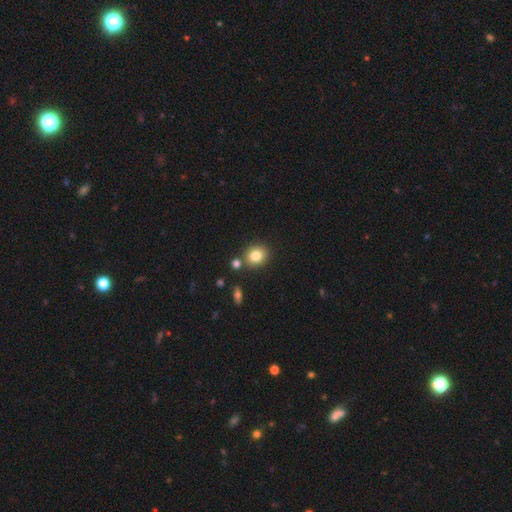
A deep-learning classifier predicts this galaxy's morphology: Smooth or featured?
  - smooth: 82% *
  - star or artifact: 10%
  - featured or disk: 8%
How rounded?
  - round: 73% *
  - in between: 26%
  - cigar-shaped: 1%
Merging?
  - none: 78% *
  - merger: 10%
  - minor disturbance: 9%
  - major disturbance: 3%